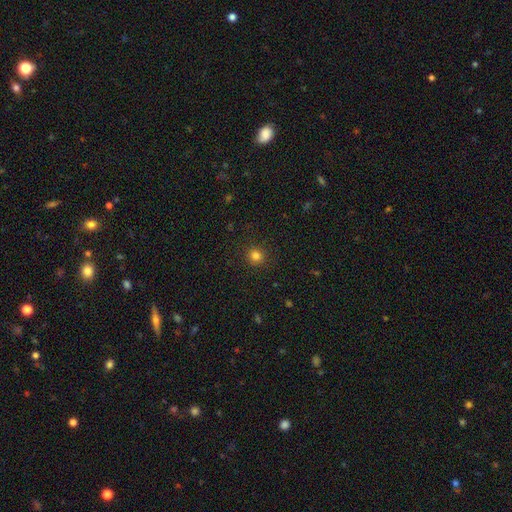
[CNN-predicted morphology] A smooth galaxy with no disk features (81%) that is round (93%).

Vote fractions:
- Smooth or featured? smooth: 81% / star or artifact: 14% / featured or disk: 5%
- How rounded? round: 93% / in between: 6% / cigar-shaped: 1%
- Merging? none: 90% / minor disturbance: 6% / major disturbance: 2% / merger: 1%